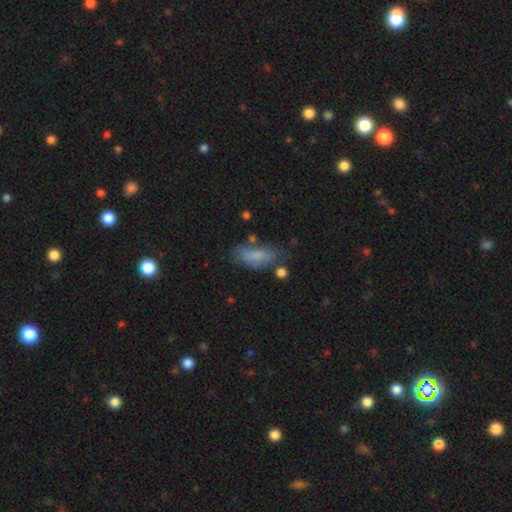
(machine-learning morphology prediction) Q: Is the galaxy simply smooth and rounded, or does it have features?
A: smooth — 73%.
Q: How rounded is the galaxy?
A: in between — 79%.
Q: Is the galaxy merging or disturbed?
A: none — 50%.